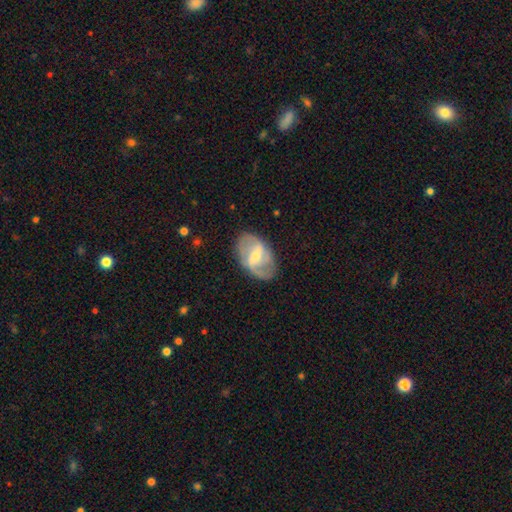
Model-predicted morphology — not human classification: Smooth or featured? Predicted: featured or disk (p=0.76). Edge-on disk? Predicted: no (p=0.96). Bar? Predicted: weak (p=0.48). Spiral arms? Predicted: yes (p=0.88). Spiral winding? Predicted: medium (p=0.42). Spiral arm count? Predicted: 2 (p=0.72). Bulge size? Predicted: small (p=0.54). Merging? Predicted: none (p=0.74).